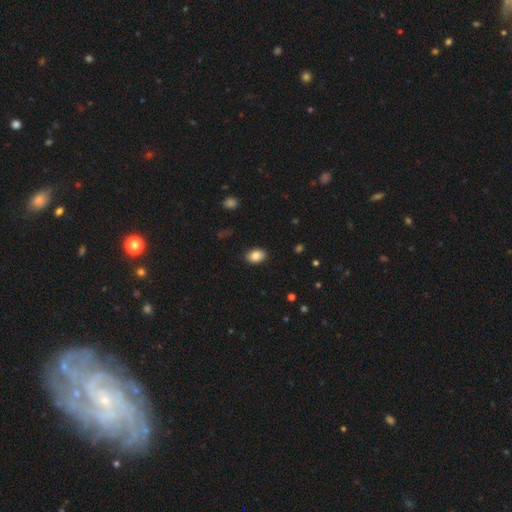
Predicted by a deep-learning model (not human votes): Overall: smooth (86%). How rounded: in between (79%). Merging: none (88%).